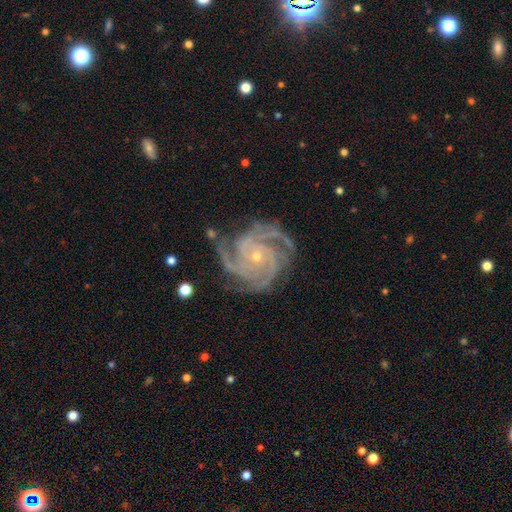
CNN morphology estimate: A featured or disk galaxy (93%) with no bar (74%), 4 (39%) tight (66%) spiral arms (99%) and a small central bulge (81%). Merging: none (75%).